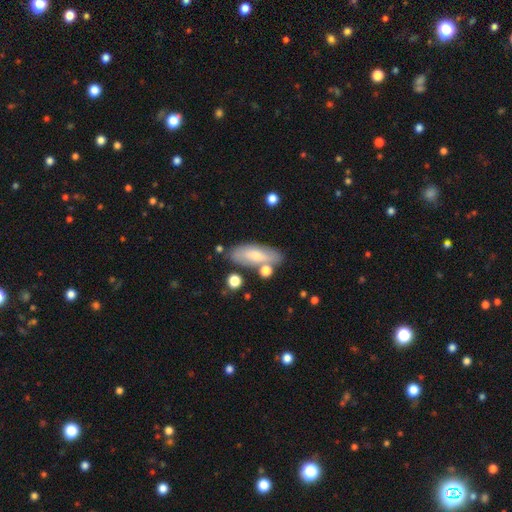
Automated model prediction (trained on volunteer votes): Overall: smooth (62%; featured or disk 31%). How rounded: in between (70%). Merging: none (69%).